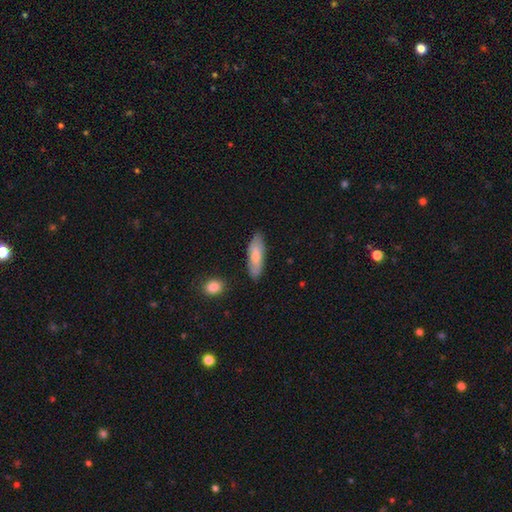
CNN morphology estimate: Smooth or featured: smooth — 73% (featured or disk — 22%)
How rounded: in between — 54% (cigar-shaped — 44%)
Merging: none — 83% (minor disturbance — 13%)